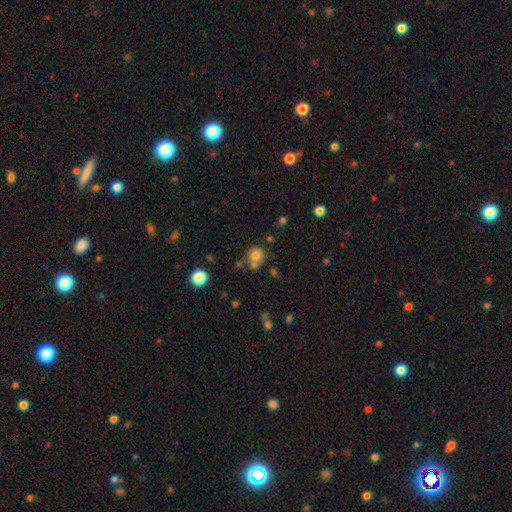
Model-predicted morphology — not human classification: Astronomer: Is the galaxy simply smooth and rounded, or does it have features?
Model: smooth — 77%.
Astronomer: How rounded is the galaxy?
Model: round — 82%.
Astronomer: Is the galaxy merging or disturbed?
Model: none — 56%.